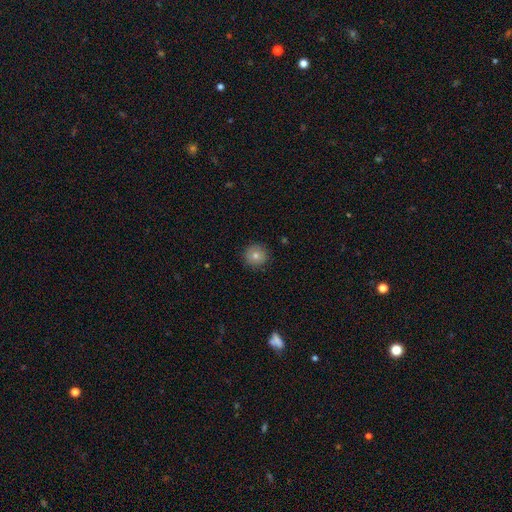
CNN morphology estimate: smooth 76%, featured or disk 13%, star or artifact 11%. Down the decision tree: how rounded — round (96%); merging — none (90%).